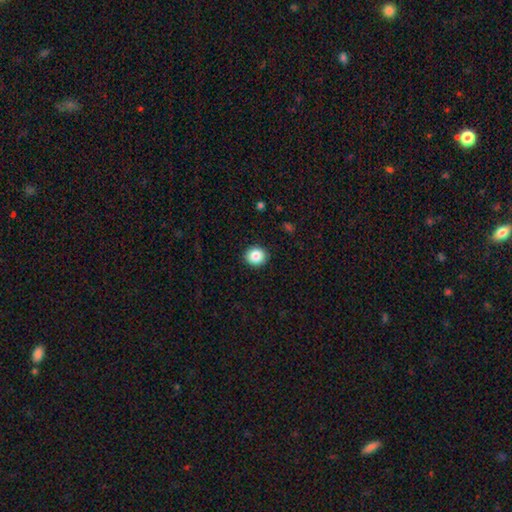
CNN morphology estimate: A smooth galaxy with no disk features (86%) that is round (79%).

Vote fractions:
- Smooth or featured? smooth: 86% / star or artifact: 9% / featured or disk: 5%
- How rounded? round: 79% / in between: 20% / cigar-shaped: 1%
- Merging? none: 91% / minor disturbance: 7% / major disturbance: 2% / merger: 1%